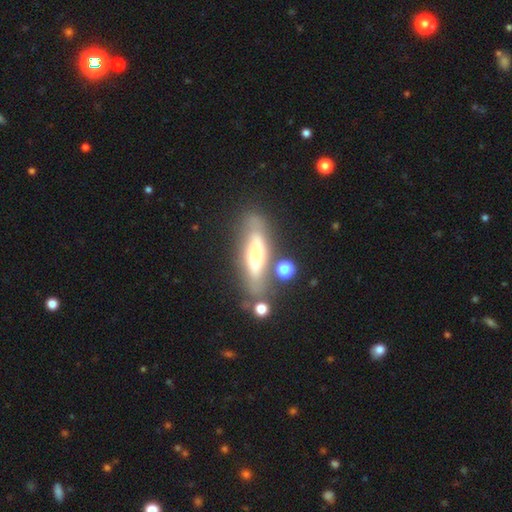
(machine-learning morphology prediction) Smooth or featured: featured or disk — 54% (smooth — 38%)
Edge-on disk: no — 61% (yes — 39%)
Merging: none — 61% (minor disturbance — 20%)